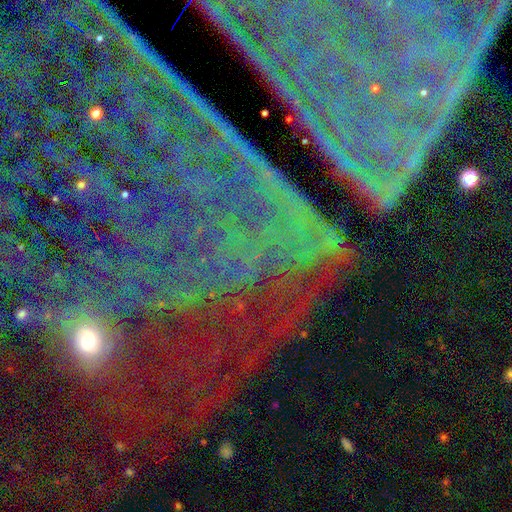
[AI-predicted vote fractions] Smooth or featured? Predicted: star or artifact (p=0.76).